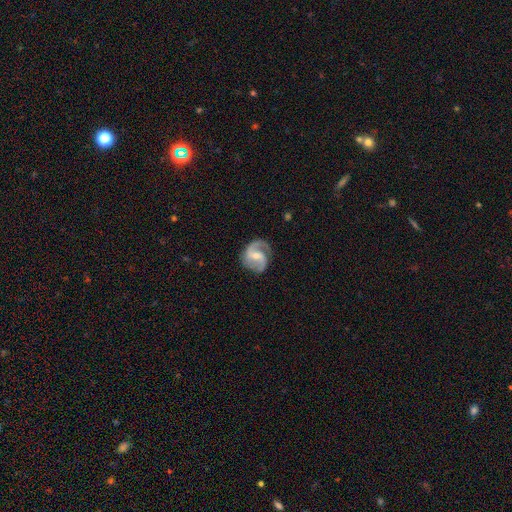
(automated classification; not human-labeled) A featured or disk galaxy (86%) with a weak bar (51%), 2 (85%) medium (54%) spiral arms (96%) and a small central bulge (50%). Merging: none (73%).